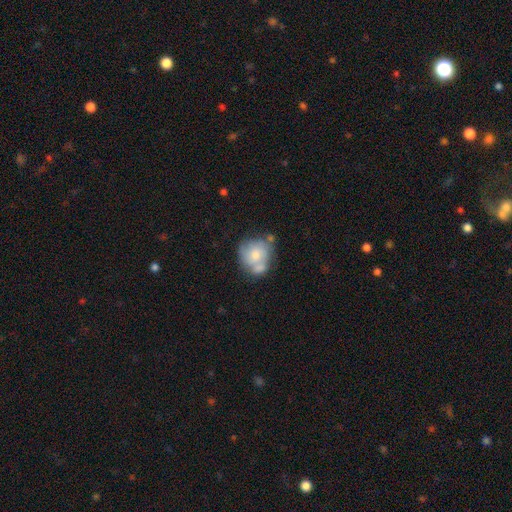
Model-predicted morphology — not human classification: smooth-or-featured: smooth: 54% | featured or disk: 39% | star or artifact: 7%
  how-rounded: round: 75% | in between: 24% | cigar-shaped: 1%
  merging: merger: 37% | none: 35% | minor disturbance: 20% | major disturbance: 8%